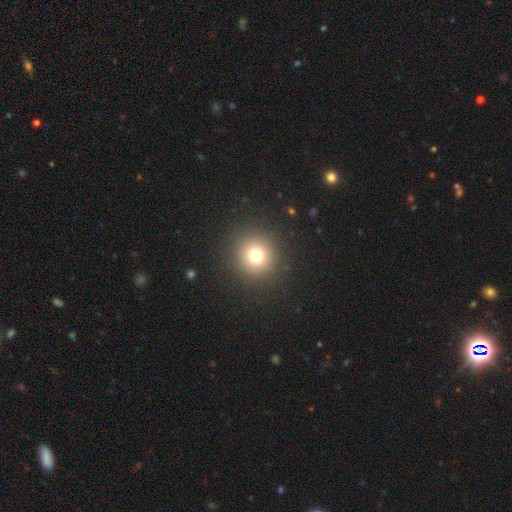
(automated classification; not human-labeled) Morphology: type=smooth (75%); roundness=round (94%); merging=none (91%).